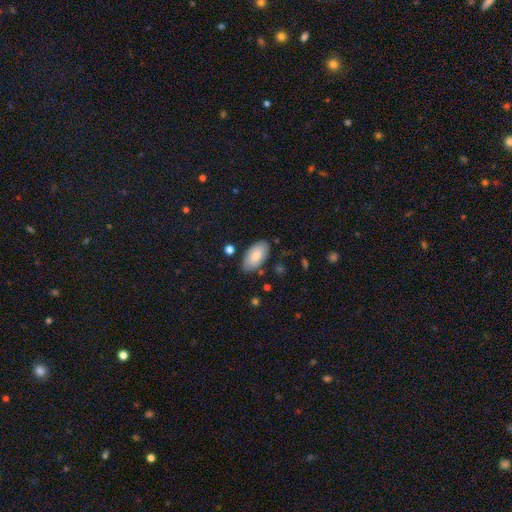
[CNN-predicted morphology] This appears to be a smooth galaxy with no disk features (77%) that is in between round and cigar-shaped (95%). Merging: none (80%).